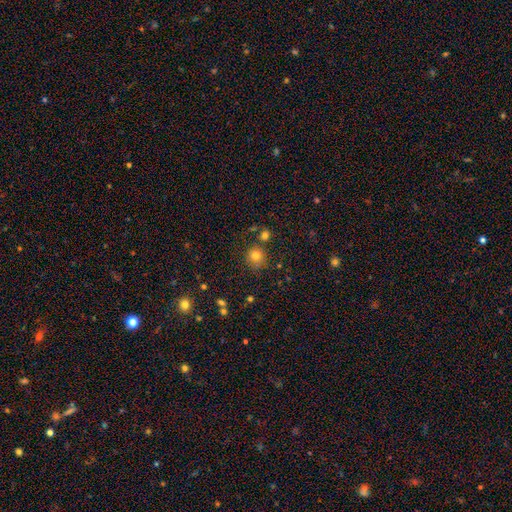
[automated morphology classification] Smooth or featured: smooth — 79% (star or artifact — 14%)
How rounded: round — 90% (in between — 9%)
Merging: none — 75% (minor disturbance — 12%)